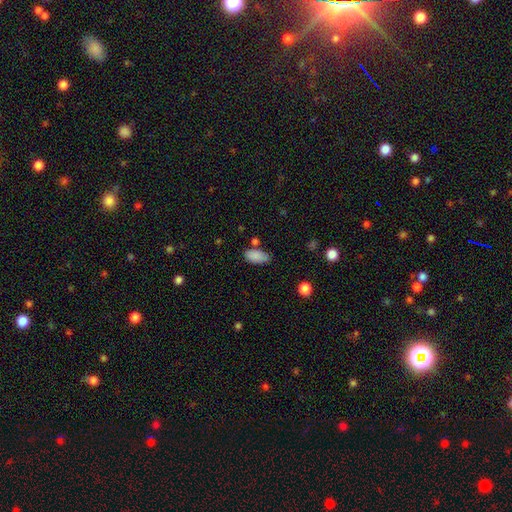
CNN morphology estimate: Smooth or featured?
  - smooth: 87% *
  - star or artifact: 8%
  - featured or disk: 5%
How rounded?
  - in between: 91% *
  - cigar-shaped: 5%
  - round: 3%
Merging?
  - none: 66% *
  - minor disturbance: 21%
  - merger: 8%
  - major disturbance: 5%